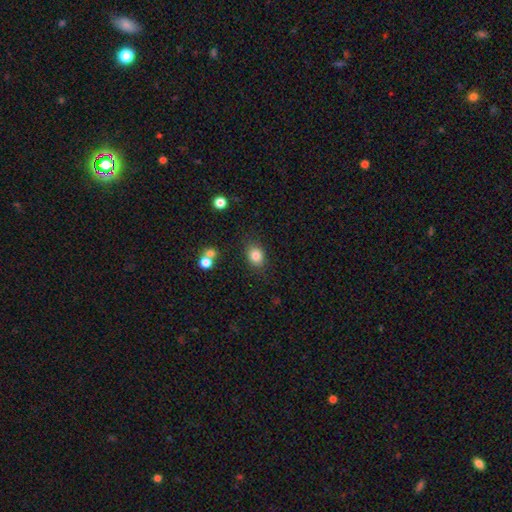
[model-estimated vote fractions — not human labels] Q: Smooth or featured?
A: smooth (83%); runner-up: star or artifact (10%)
Q: How rounded?
A: in between (54%); runner-up: round (45%)
Q: Merging?
A: none (80%); runner-up: minor disturbance (12%)